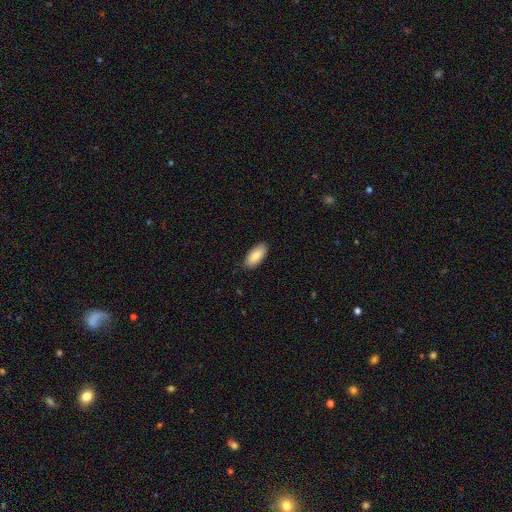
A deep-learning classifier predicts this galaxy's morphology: This is clearly a smooth galaxy (84%). How rounded: clearly in between (90%). Merging: clearly none (85%).